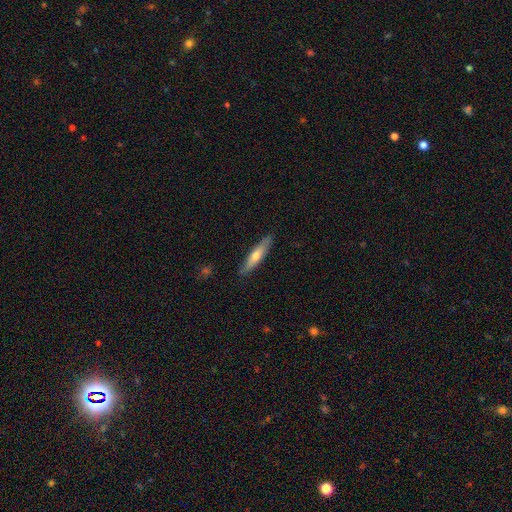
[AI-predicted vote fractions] This is possibly a smooth galaxy (53%). How rounded: clearly cigar-shaped (82%). Merging: clearly none (88%).